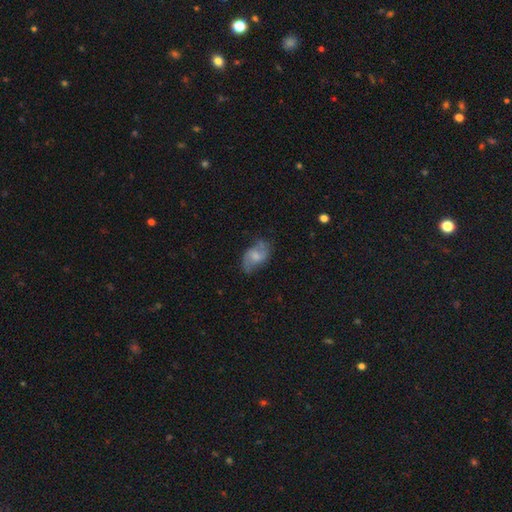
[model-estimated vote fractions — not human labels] Smooth or featured?
  - featured or disk: 66% *
  - smooth: 27%
  - star or artifact: 8%
Edge-on disk?
  - no: 97% *
  - yes: 3%
Bar?
  - no: 49% *
  - weak: 43%
  - strong: 8%
Spiral arms?
  - yes: 90% *
  - no: 10%
Spiral winding?
  - loose: 49% *
  - medium: 40%
  - tight: 11%
Spiral arm count?
  - 2: 86% *
  - can't tell: 7%
  - 1: 3%
  - 3: 2%
  - 4: 1%
  - more than 4: 1%
Bulge size?
  - small: 40% *
  - moderate: 34%
  - none: 19%
  - large: 5%
  - dominant: 1%
Merging?
  - none: 64% *
  - minor disturbance: 23%
  - major disturbance: 11%
  - merger: 2%